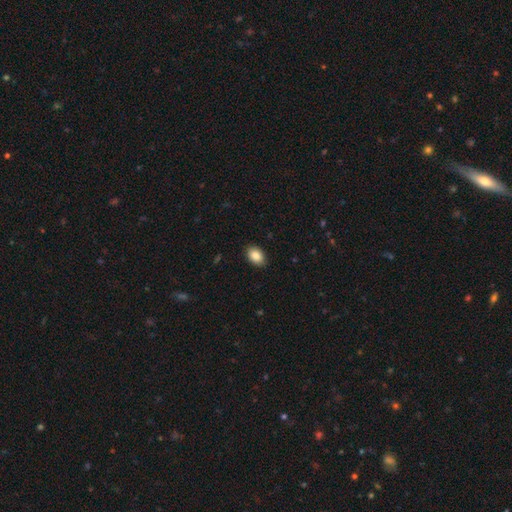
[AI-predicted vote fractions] The model was most divided on "how rounded": in between: 84%, round: 15%, cigar-shaped: 1%. More confident: merging — none (90%); smooth or featured — smooth (88%).